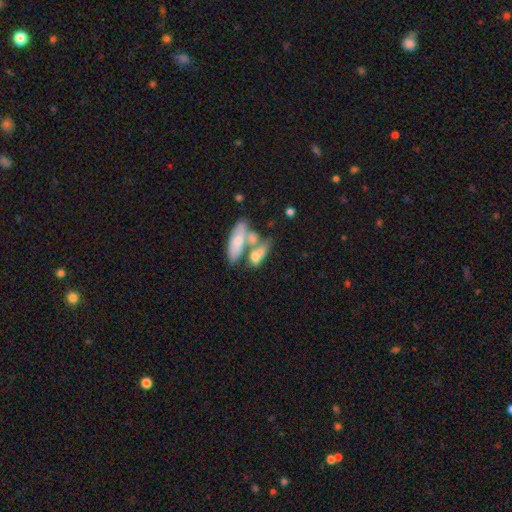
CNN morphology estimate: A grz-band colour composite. It shows a smooth galaxy with no disk features (63%) that is in between round and cigar-shaped (74%). Merging: merger (57%).